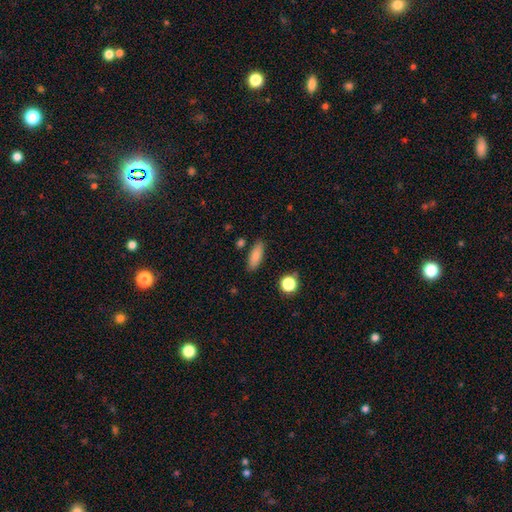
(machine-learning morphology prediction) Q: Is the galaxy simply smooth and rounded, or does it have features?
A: smooth — 84%.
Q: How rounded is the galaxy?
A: in between — 68%.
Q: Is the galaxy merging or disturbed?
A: none — 84%.